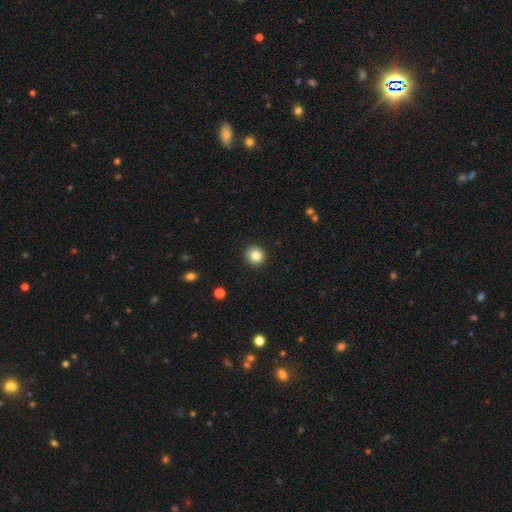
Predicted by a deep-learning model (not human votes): Overall: smooth (84%). How rounded: round (92%). Merging: none (92%).